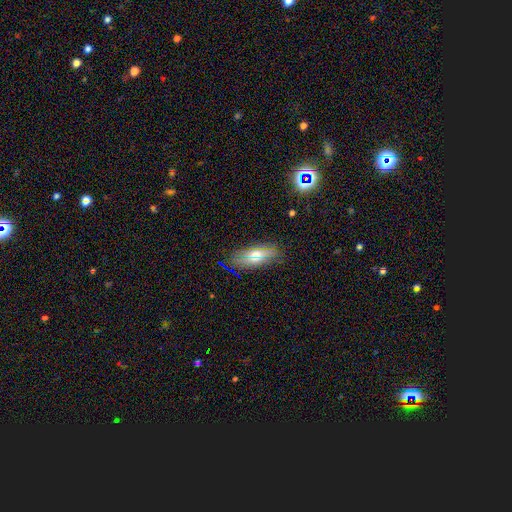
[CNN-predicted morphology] The model was most divided on "smooth or featured": smooth: 59%, featured or disk: 28%, star or artifact: 14%. More confident: merging — none (84%); how rounded — in between (74%).